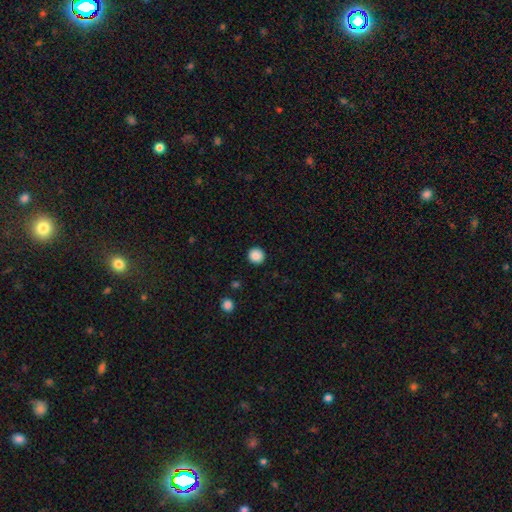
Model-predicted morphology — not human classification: A smooth galaxy with no disk features (87%) that is round (93%).

Vote fractions:
- Smooth or featured? smooth: 87% / star or artifact: 9% / featured or disk: 4%
- How rounded? round: 93% / in between: 6% / cigar-shaped: 1%
- Merging? none: 92% / minor disturbance: 5% / major disturbance: 2% / merger: 1%